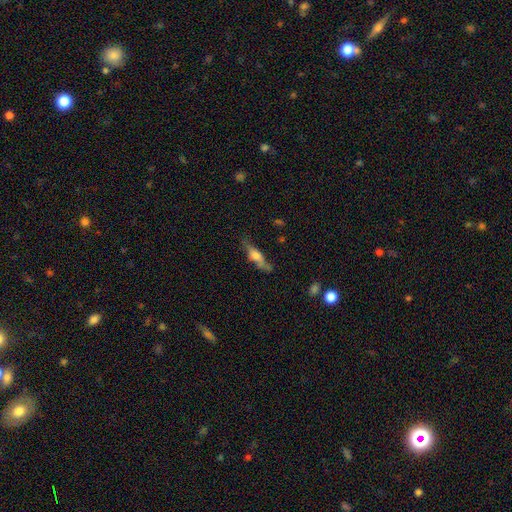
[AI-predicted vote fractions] A smooth galaxy with no disk features (47%). Merging: none (58%).